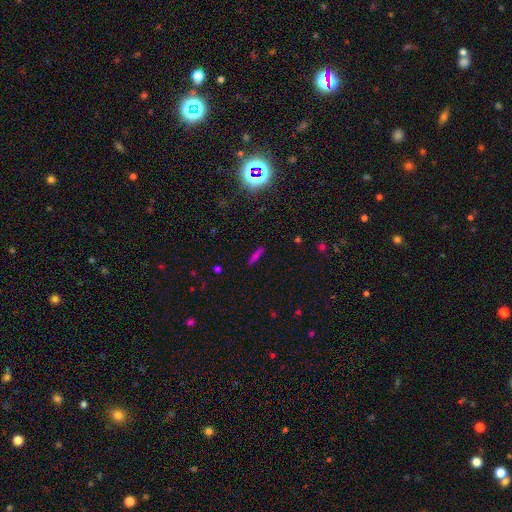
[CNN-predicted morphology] The model was most divided on "smooth or featured": smooth: 69%, star or artifact: 16%, featured or disk: 15%. More confident: merging — none (87%); how rounded — cigar-shaped (84%).